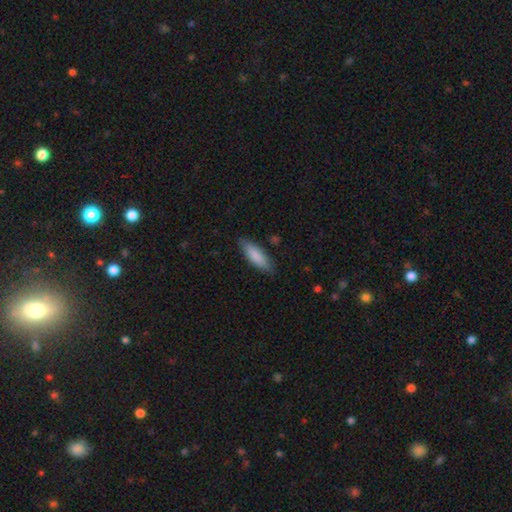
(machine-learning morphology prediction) smooth-or-featured: smooth: 85% | featured or disk: 10% | star or artifact: 5%
  how-rounded: in between: 58% | cigar-shaped: 41% | round: 1%
  merging: none: 83% | minor disturbance: 14% | major disturbance: 2% | merger: 1%